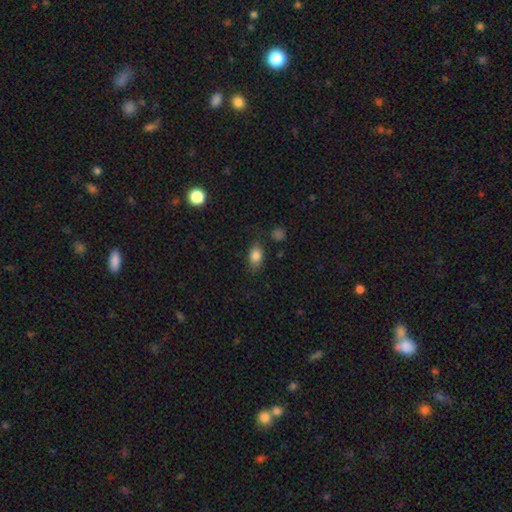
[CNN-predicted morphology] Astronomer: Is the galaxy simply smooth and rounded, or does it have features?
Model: smooth — 83%.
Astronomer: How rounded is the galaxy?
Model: in between — 83%.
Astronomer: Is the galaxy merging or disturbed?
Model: none — 73%.